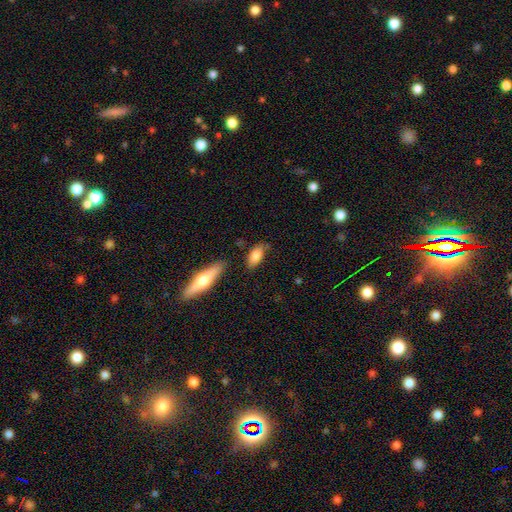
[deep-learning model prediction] This is clearly a smooth galaxy (80%). How rounded: clearly in between (82%). Merging: likely none (69%).